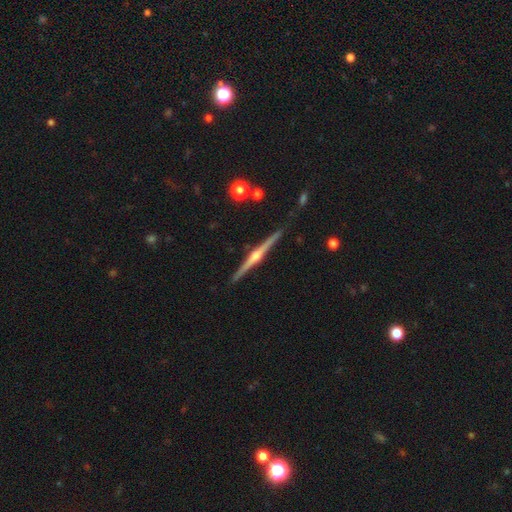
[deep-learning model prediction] smooth_or_featured: featured or disk (p=0.85) [alt: smooth p=0.09]
disk_edge_on: yes (p=0.99) [alt: no p=0.01]
edge_on_bulge: rounded (p=0.92) [alt: boxy p=0.04]
merging: none (p=0.89) [alt: minor disturbance p=0.08]